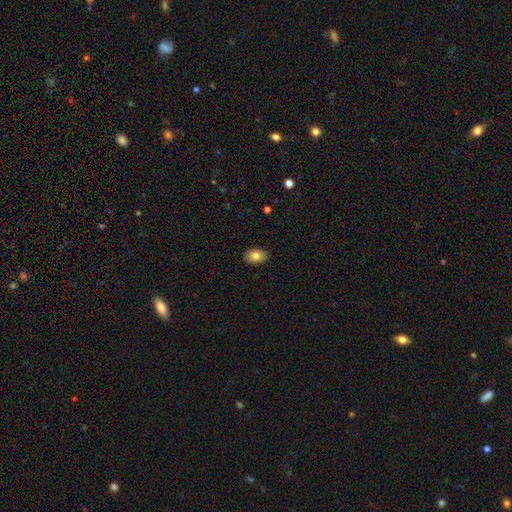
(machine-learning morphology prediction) Smooth or featured?
  - smooth: 83% *
  - featured or disk: 9%
  - star or artifact: 8%
How rounded?
  - in between: 87% *
  - round: 12%
  - cigar-shaped: 1%
Merging?
  - none: 89% *
  - minor disturbance: 8%
  - major disturbance: 2%
  - merger: 1%